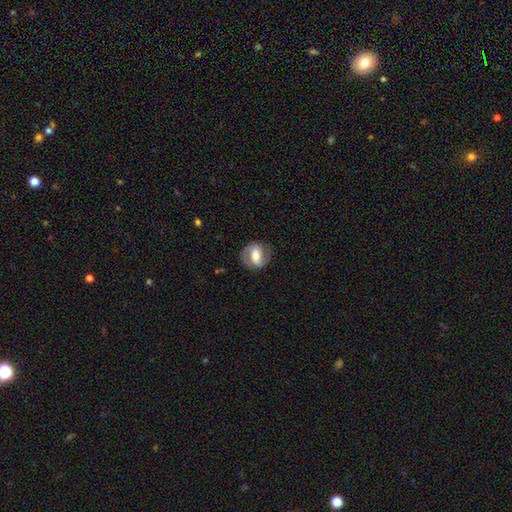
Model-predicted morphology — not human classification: A featured or disk galaxy (68%) with a strong bar (46%), 2 (86%) medium (47%) spiral arms (82%) and a moderate central bulge (59%). Merging: none (79%).